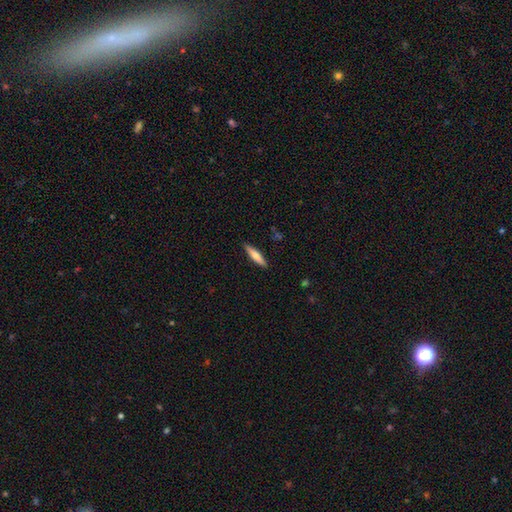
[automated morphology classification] Q: Smooth or featured?
A: smooth (71%); runner-up: featured or disk (24%)
Q: How rounded?
A: cigar-shaped (82%); runner-up: in between (17%)
Q: Merging?
A: none (88%); runner-up: minor disturbance (9%)